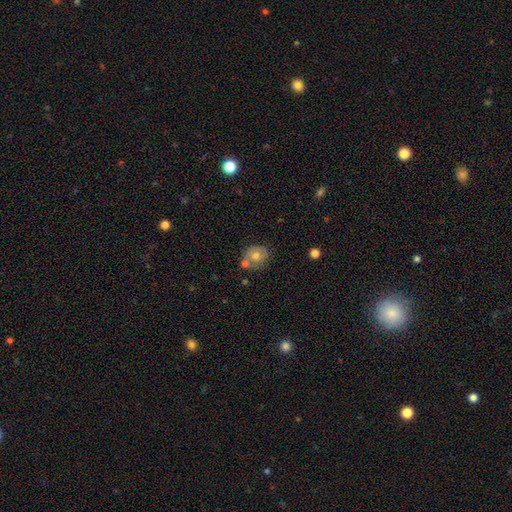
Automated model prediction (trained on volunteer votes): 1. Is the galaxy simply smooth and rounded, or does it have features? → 66% smooth, 23% featured or disk, 11% star or artifact.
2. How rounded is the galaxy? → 77% round, 22% in between, 1% cigar-shaped.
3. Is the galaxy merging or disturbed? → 62% none, 20% merger, 14% minor disturbance, 4% major disturbance.